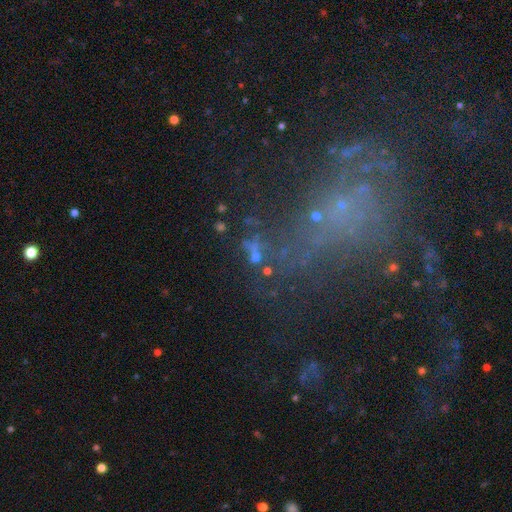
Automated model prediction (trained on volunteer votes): This is possibly a star or artifact rather than a galaxy (45%).